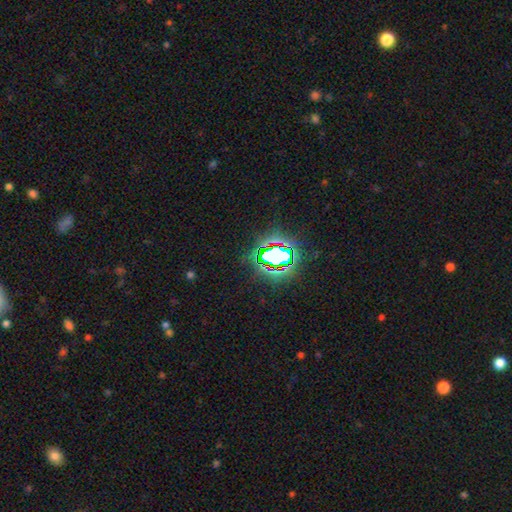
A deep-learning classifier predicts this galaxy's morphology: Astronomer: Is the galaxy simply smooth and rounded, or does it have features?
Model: star or artifact — 83%.